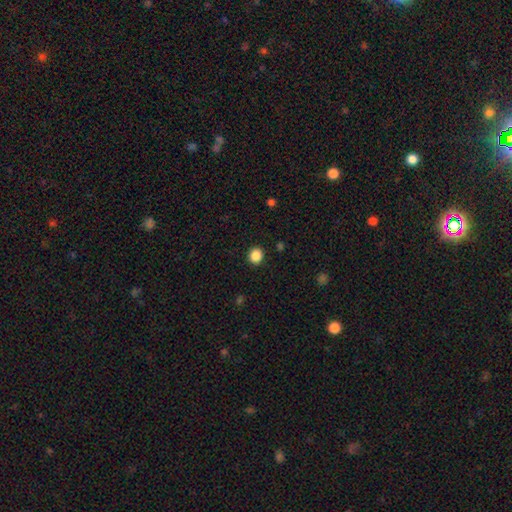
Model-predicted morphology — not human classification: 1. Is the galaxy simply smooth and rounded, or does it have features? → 87% smooth, 10% star or artifact, 3% featured or disk.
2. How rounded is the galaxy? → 81% round, 18% in between, 1% cigar-shaped.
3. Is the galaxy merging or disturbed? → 91% none, 6% minor disturbance, 2% major disturbance, 1% merger.